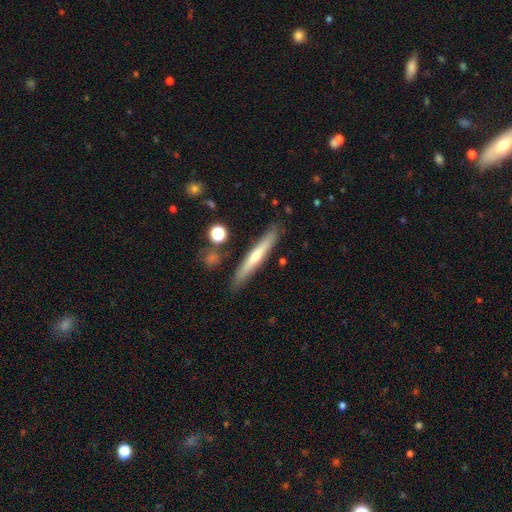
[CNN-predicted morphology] type=smooth (47%, tied with featured or disk); merging=none (86%).